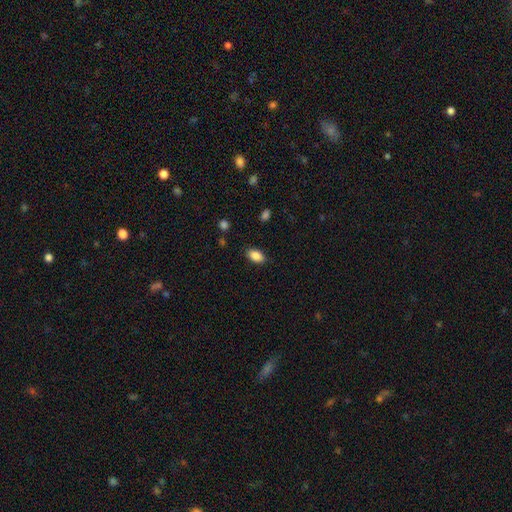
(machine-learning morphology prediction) A smooth galaxy with no disk features (88%) that is in between round and cigar-shaped (90%). Merging: none (85%).